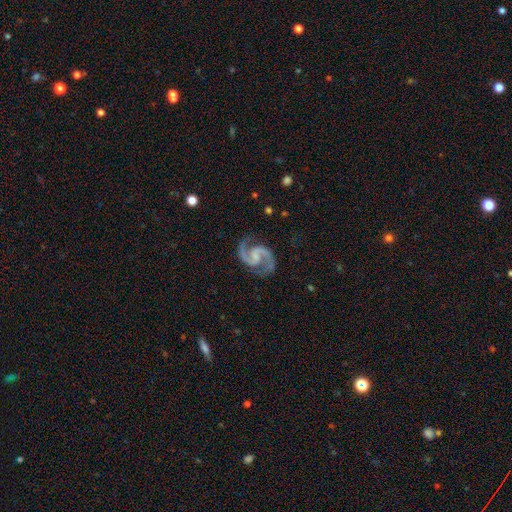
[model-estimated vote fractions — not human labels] smooth-or-featured: featured or disk: 94% | star or artifact: 3% | smooth: 2%
  disk-edge-on: no: 99% | yes: 1%
    bar: weak: 44% | no: 43% | strong: 13%
    has-spiral-arms: yes: 99% | no: 1%
      spiral-winding: medium: 69% | loose: 16% | tight: 15%
      spiral-arm-count: 2: 95% | can't tell: 1% | 3: 1% | 1: 1% | 4: 1% | more than 4: 1%
    bulge-size: small: 42% | none: 36% | moderate: 20% | large: 2% | dominant: 1%
  merging: none: 82% | minor disturbance: 13% | major disturbance: 4% | merger: 1%